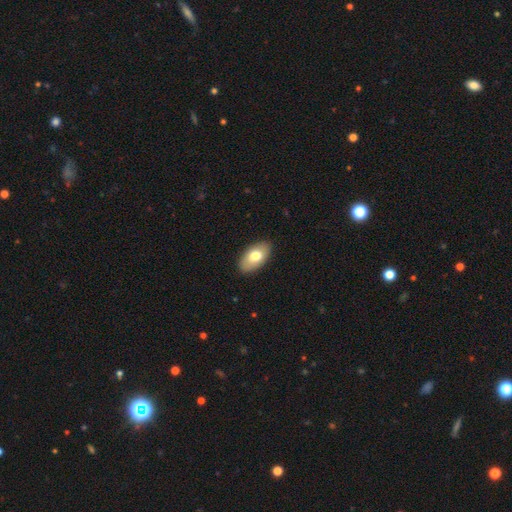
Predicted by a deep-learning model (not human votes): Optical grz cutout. It shows a smooth galaxy with no disk features (75%) that is in between round and cigar-shaped (94%). Merging: none (87%).